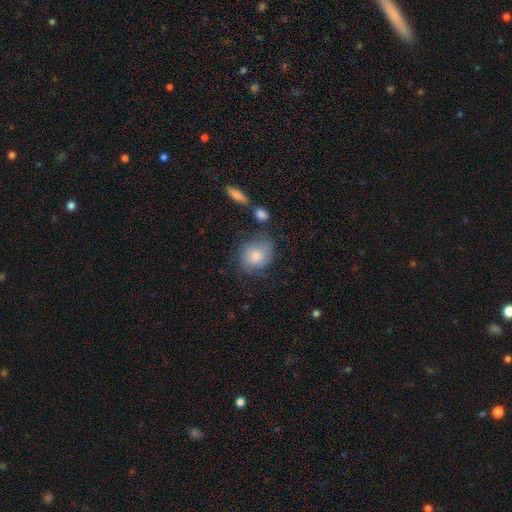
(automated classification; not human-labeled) This appears to be a smooth galaxy with no disk features (62%) that is round (63%). Merging: none (53%).